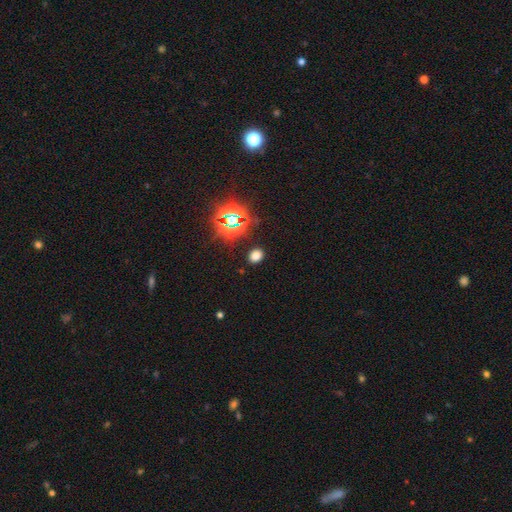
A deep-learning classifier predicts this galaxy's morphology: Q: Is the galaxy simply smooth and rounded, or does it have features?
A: smooth — 68%.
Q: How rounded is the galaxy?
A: in between — 57%.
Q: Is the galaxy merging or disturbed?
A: none — 88%.